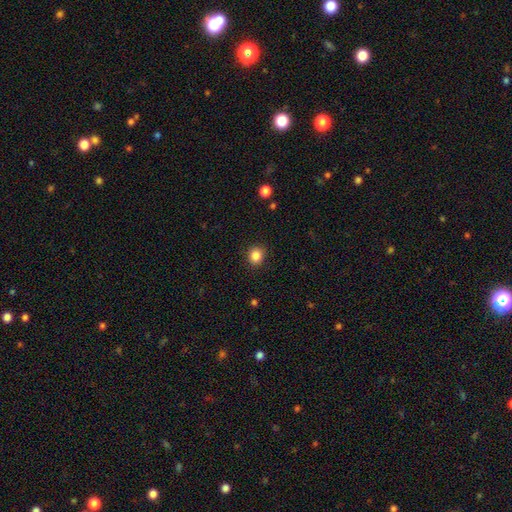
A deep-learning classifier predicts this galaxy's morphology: Smooth or featured? Predicted: smooth (p=0.85). How rounded? Predicted: round (p=0.81). Merging? Predicted: none (p=0.89).